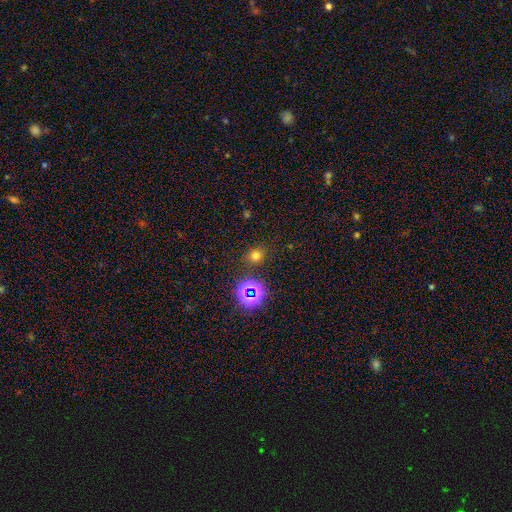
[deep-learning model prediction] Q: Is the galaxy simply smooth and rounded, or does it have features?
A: smooth — 67%.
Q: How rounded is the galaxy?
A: round — 79%.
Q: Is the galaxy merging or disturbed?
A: none — 86%.